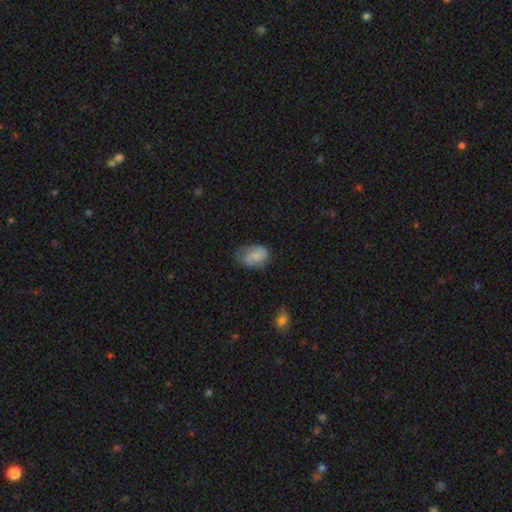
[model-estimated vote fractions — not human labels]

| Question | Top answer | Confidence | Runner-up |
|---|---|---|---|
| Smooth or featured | smooth | 65% | featured or disk (27%) |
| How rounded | in between | 83% | round (16%) |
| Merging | none | 52% | minor disturbance (34%) |